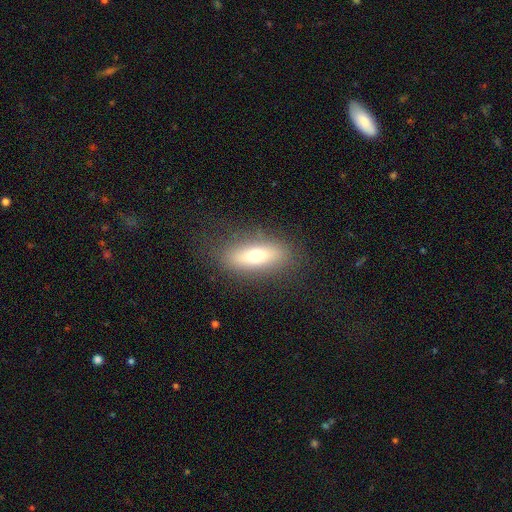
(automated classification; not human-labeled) Smooth or featured?
  - smooth: 63% *
  - featured or disk: 28%
  - star or artifact: 9%
How rounded?
  - in between: 64% *
  - cigar-shaped: 30%
  - round: 6%
Merging?
  - none: 82% *
  - minor disturbance: 11%
  - major disturbance: 5%
  - merger: 1%